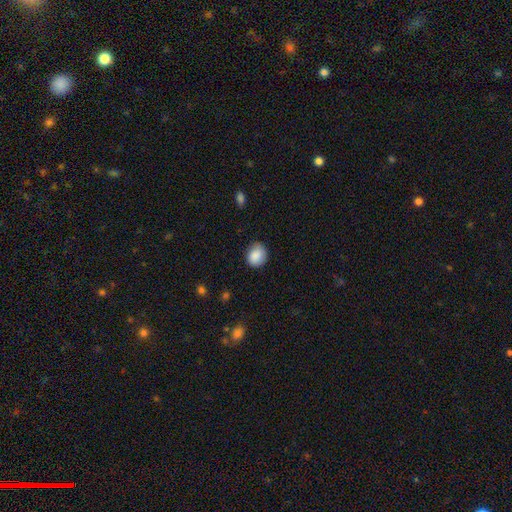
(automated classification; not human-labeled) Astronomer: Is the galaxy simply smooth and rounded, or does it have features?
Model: smooth — 87%.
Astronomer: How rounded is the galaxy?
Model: round — 70%.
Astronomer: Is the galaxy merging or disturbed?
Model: none — 81%.